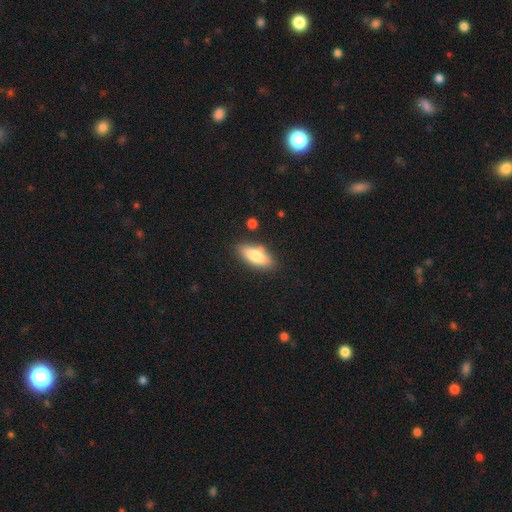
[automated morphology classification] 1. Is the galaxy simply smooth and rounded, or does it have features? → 76% smooth, 18% featured or disk, 7% star or artifact.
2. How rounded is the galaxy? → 73% in between, 24% cigar-shaped, 3% round.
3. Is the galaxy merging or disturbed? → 78% none, 14% minor disturbance, 4% merger, 3% major disturbance.